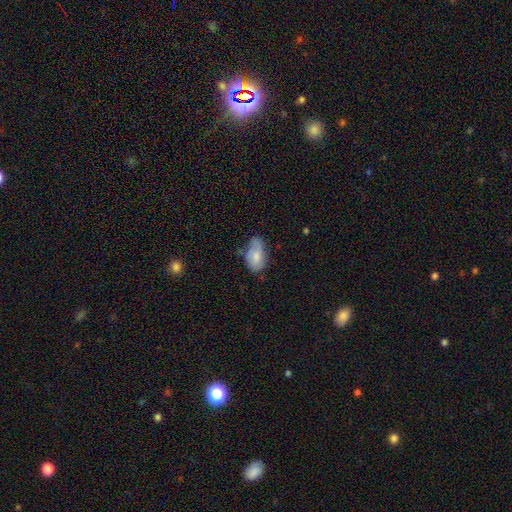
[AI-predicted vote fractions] Smooth or featured: smooth — 61% (featured or disk — 32%)
How rounded: in between — 91% (round — 6%)
Merging: none — 45% (minor disturbance — 38%)